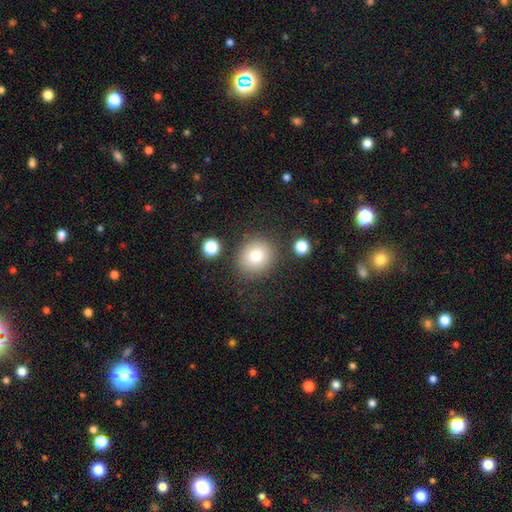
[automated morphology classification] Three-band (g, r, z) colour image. It shows a smooth galaxy with no disk features (79%) that is round (82%). Merging: none (82%).